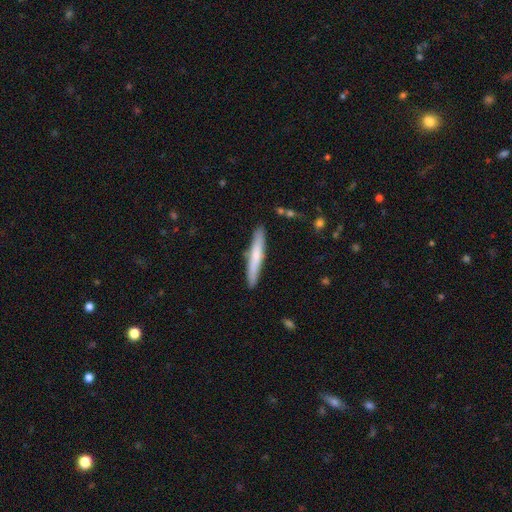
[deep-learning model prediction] Smooth or featured?
  - smooth: 64% *
  - featured or disk: 30%
  - star or artifact: 6%
How rounded?
  - cigar-shaped: 95% *
  - in between: 4%
  - round: 1%
Merging?
  - none: 89% *
  - minor disturbance: 8%
  - major disturbance: 2%
  - merger: 1%